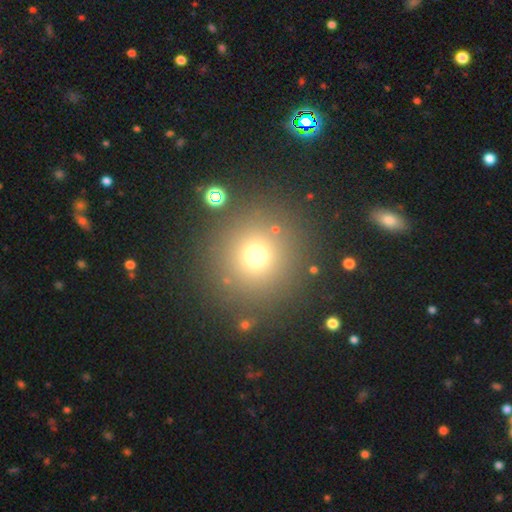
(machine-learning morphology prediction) smooth 69%, star or artifact 23%, featured or disk 8%. Down the decision tree: how rounded — round (94%); merging — none (84%).